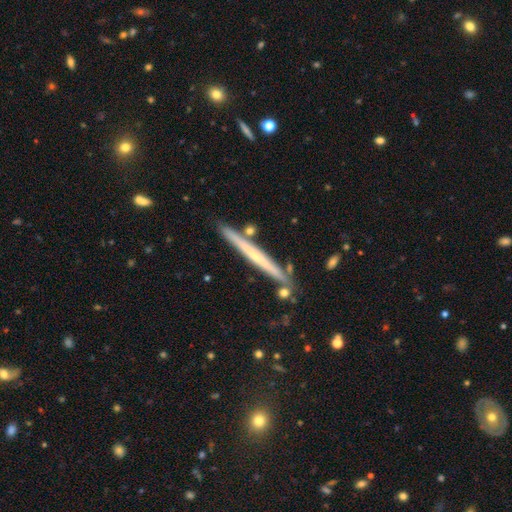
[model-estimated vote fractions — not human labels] featured or disk 60%, smooth 33%, star or artifact 7%. Down the decision tree: edge-on disk — yes (97%); edge-on bulge — none (64%); merging — none (84%).